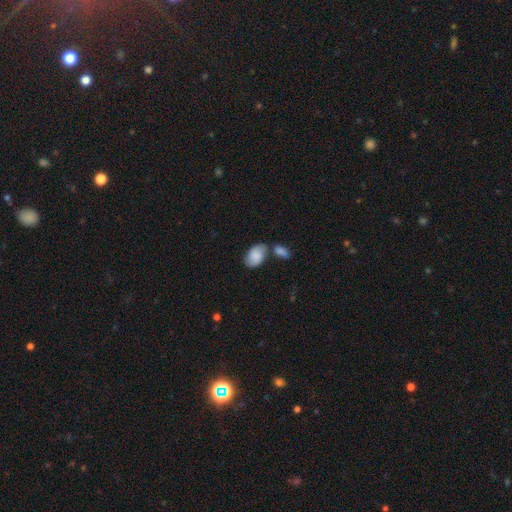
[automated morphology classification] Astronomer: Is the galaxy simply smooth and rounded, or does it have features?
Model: smooth — 73%.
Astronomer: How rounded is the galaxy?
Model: in between — 89%.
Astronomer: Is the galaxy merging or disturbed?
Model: none — 44% (runner-up: merger, 33%).